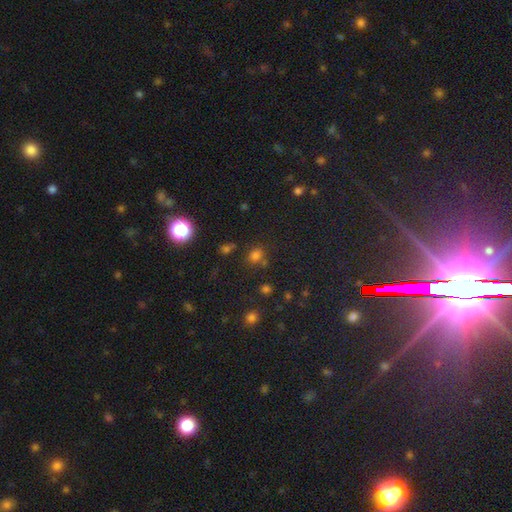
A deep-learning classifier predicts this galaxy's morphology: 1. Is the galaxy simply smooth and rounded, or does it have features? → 67% smooth, 27% star or artifact, 6% featured or disk.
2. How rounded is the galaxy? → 64% round, 34% in between, 1% cigar-shaped.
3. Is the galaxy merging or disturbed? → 68% none, 15% minor disturbance, 12% merger, 6% major disturbance.